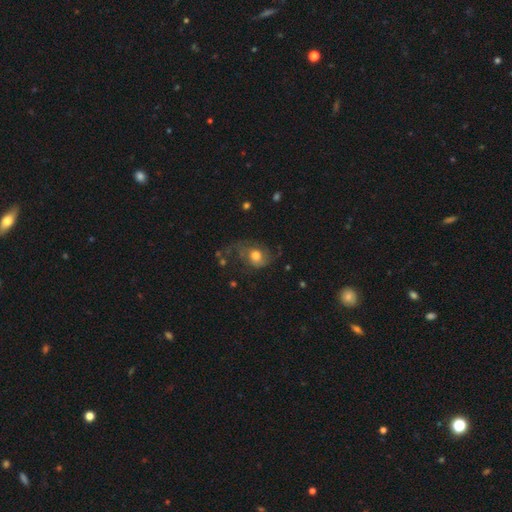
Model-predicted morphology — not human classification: smooth-or-featured: featured or disk: 51% | smooth: 40% | star or artifact: 9%
  disk-edge-on: no: 96% | yes: 4%
  merging: none: 38% | major disturbance: 37% | minor disturbance: 22% | merger: 3%